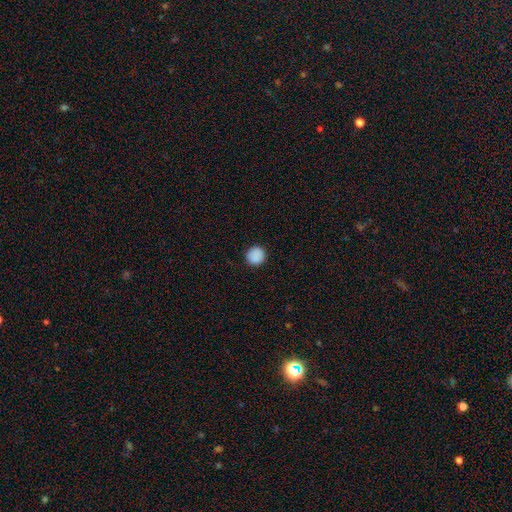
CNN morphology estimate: The model was most divided on "smooth or featured": smooth: 89%, star or artifact: 8%, featured or disk: 3%. More confident: how rounded — round (95%); merging — none (91%).